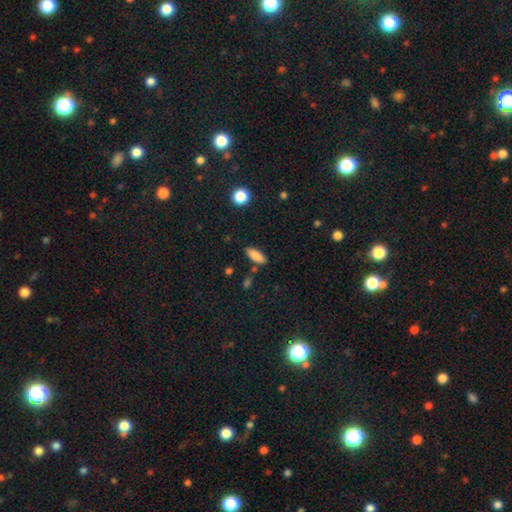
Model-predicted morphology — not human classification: smooth_or_featured: smooth (p=0.85) [alt: star or artifact p=0.08]
how_rounded: in between (p=0.69) [alt: cigar-shaped p=0.29]
merging: none (p=0.80) [alt: minor disturbance p=0.12]